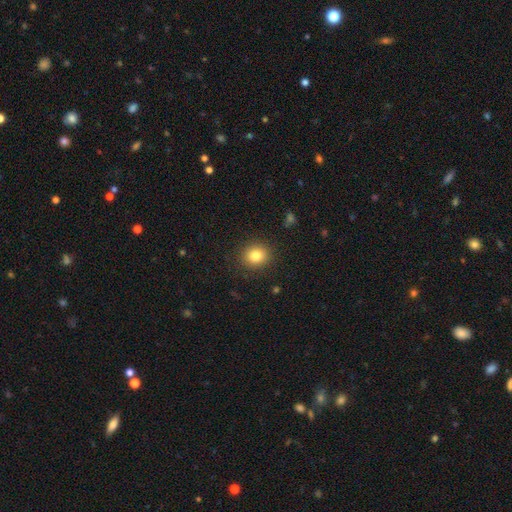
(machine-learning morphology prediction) Smooth or featured: smooth — 83% (star or artifact — 11%)
How rounded: round — 77% (in between — 22%)
Merging: none — 89% (minor disturbance — 7%)